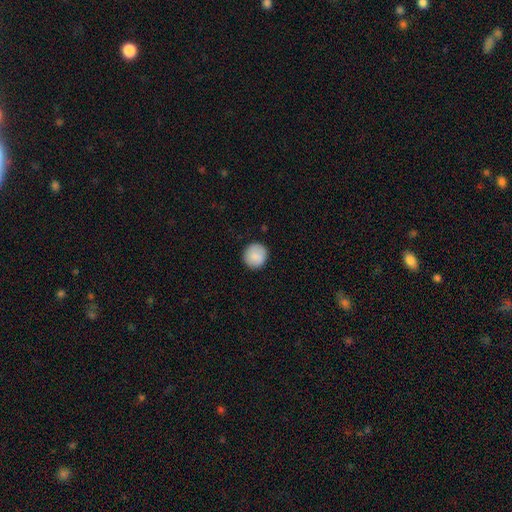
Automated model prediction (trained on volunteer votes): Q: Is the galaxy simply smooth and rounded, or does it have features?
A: smooth — 87%.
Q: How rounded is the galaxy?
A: round — 93%.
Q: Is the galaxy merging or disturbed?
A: none — 90%.